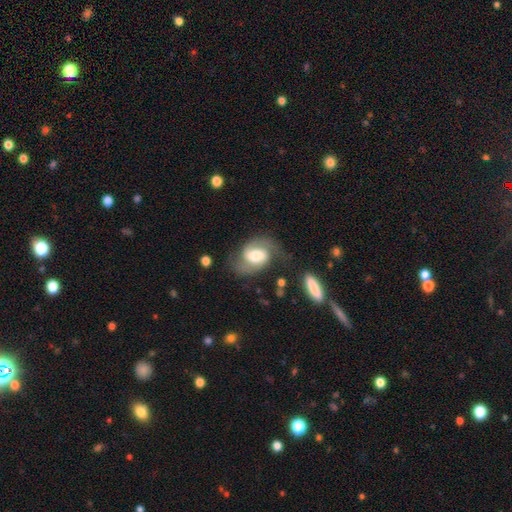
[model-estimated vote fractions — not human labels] Smooth or featured?
  - featured or disk: 75% *
  - smooth: 19%
  - star or artifact: 6%
Edge-on disk?
  - no: 97% *
  - yes: 3%
Bar?
  - weak: 45% *
  - no: 37%
  - strong: 19%
Spiral arms?
  - yes: 93% *
  - no: 7%
Spiral winding?
  - medium: 52% *
  - loose: 29%
  - tight: 19%
Spiral arm count?
  - 2: 89% *
  - can't tell: 5%
  - 1: 4%
  - 3: 1%
  - 4: 1%
  - more than 4: 1%
Bulge size?
  - moderate: 56% *
  - large: 25%
  - small: 14%
  - dominant: 3%
  - none: 2%
Merging?
  - none: 64% *
  - minor disturbance: 20%
  - major disturbance: 13%
  - merger: 3%